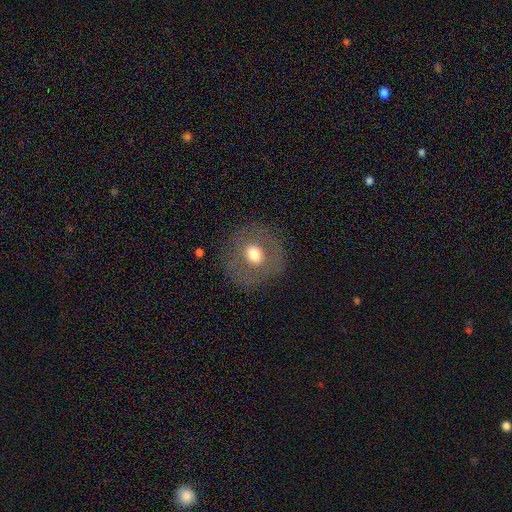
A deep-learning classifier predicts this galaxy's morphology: Q: Smooth or featured?
A: featured or disk (42%); tied with: smooth (42%)
Q: Merging?
A: none (88%); runner-up: minor disturbance (8%)